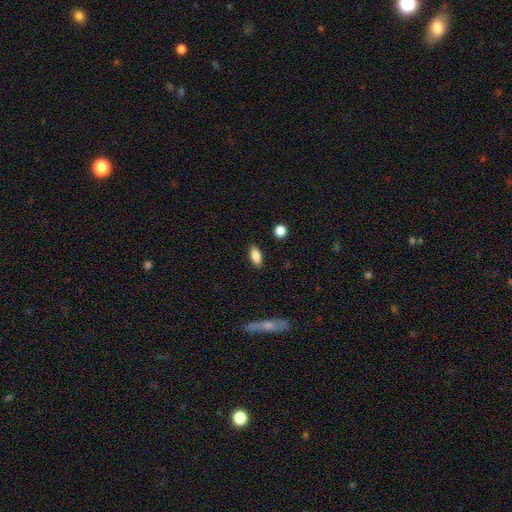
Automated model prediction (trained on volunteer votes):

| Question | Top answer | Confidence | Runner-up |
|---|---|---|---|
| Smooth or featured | smooth | 84% | featured or disk (9%) |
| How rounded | in between | 81% | cigar-shaped (15%) |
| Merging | none | 87% | minor disturbance (9%) |